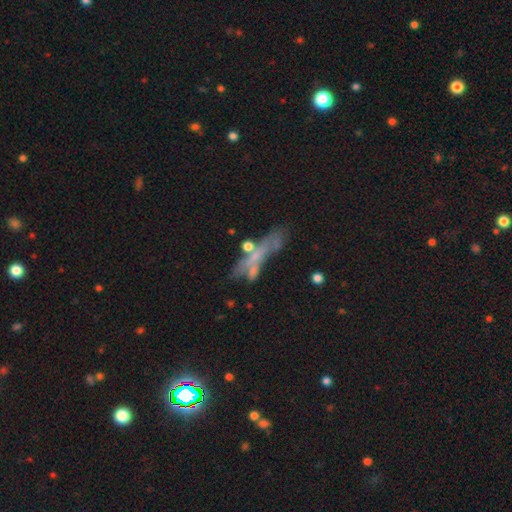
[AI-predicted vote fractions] Smooth or featured?
  - featured or disk: 45% *
  - smooth: 31%
  - star or artifact: 24%
Merging?
  - none: 47% *
  - major disturbance: 19%
  - minor disturbance: 18%
  - merger: 15%